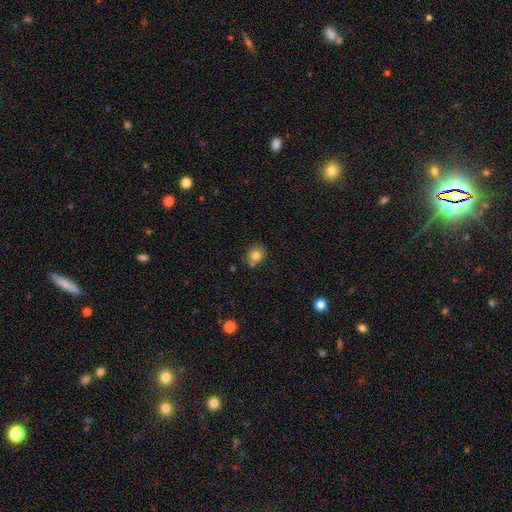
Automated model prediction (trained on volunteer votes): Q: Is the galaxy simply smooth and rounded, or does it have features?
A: smooth — 79%.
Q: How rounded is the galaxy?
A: round — 76%.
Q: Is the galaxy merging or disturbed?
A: none — 62%.